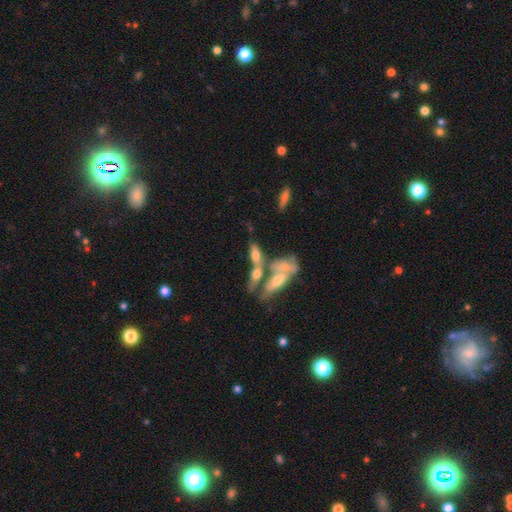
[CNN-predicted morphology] A smooth galaxy with no disk features (50%) that is in between round and cigar-shaped (64%).

Vote fractions:
- Smooth or featured? smooth: 50% / featured or disk: 40% / star or artifact: 9%
- How rounded? in between: 64% / cigar-shaped: 32% / round: 4%
- Merging? merger: 51% / none: 30% / minor disturbance: 12% / major disturbance: 7%